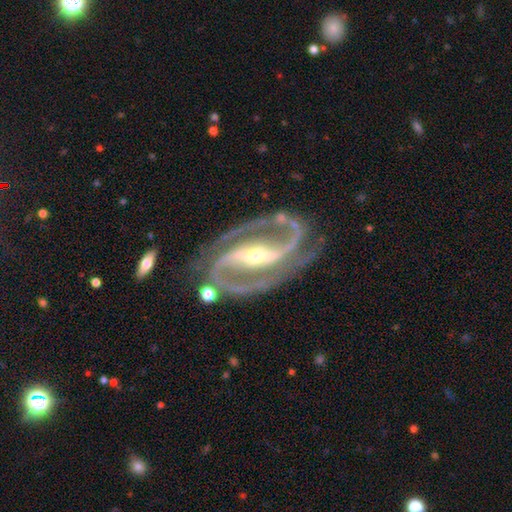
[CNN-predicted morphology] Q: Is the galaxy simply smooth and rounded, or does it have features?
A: featured or disk — 93%.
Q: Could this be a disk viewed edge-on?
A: no — 97%.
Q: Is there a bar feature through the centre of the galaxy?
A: strong — 74%.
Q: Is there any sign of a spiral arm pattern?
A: yes — 98%.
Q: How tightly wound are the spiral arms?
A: medium — 61%.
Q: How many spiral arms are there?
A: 2 — 93%.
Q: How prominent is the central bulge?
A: small — 50%.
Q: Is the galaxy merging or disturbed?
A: none — 76%.